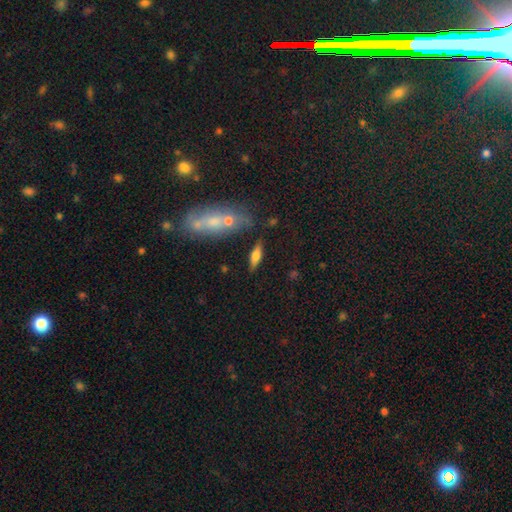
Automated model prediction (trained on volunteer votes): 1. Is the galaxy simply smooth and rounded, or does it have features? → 58% smooth, 34% featured or disk, 8% star or artifact.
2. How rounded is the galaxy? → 52% in between, 45% cigar-shaped, 3% round.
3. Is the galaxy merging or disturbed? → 79% none, 11% minor disturbance, 6% merger, 4% major disturbance.